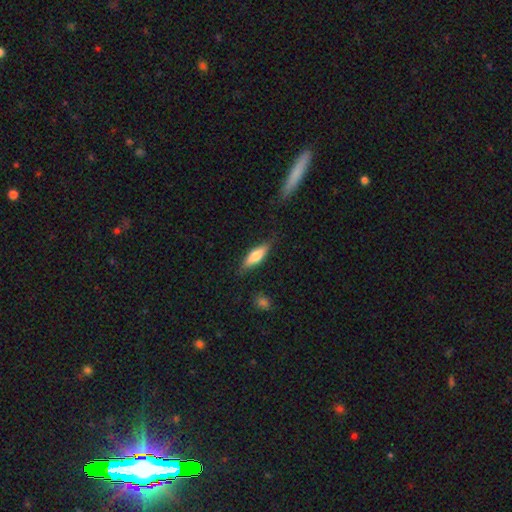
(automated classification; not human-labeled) The model was most divided on "how rounded": cigar-shaped: 55%, in between: 43%, round: 2%. More confident: merging — none (81%); smooth or featured — smooth (66%).